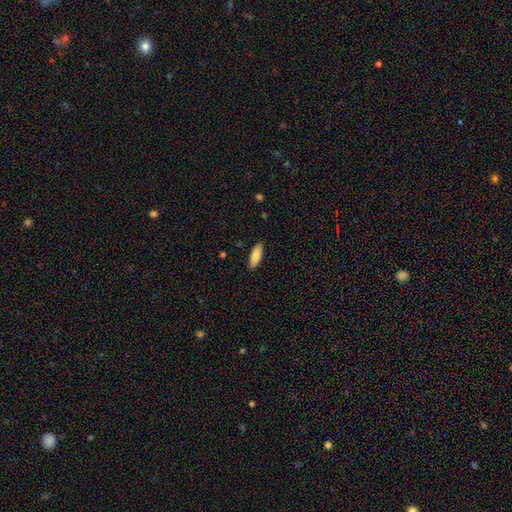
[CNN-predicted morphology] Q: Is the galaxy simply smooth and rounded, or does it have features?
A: smooth — 86%.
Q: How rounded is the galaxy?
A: in between — 71%.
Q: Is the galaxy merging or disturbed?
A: none — 87%.